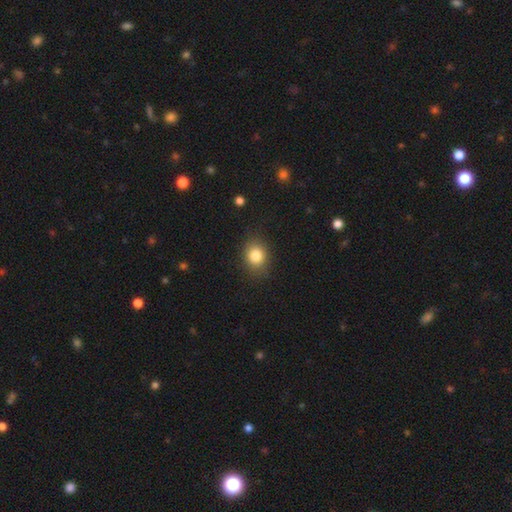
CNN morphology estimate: Smooth or featured? Predicted: smooth (p=0.83). How rounded? Predicted: round (p=0.57). Merging? Predicted: none (p=0.84).